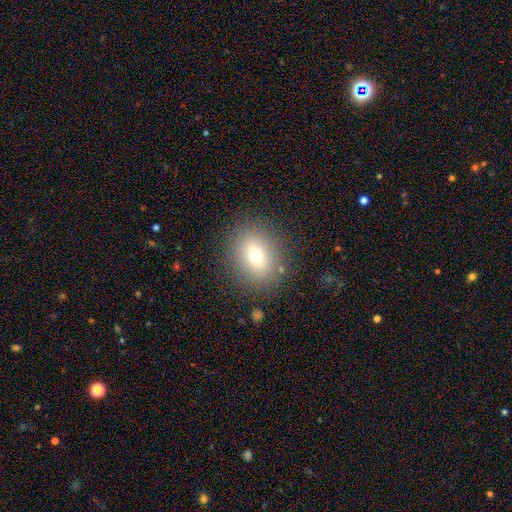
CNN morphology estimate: Smooth or featured? smooth (73%)
How rounded? in between (53%)
Merging? none (85%)